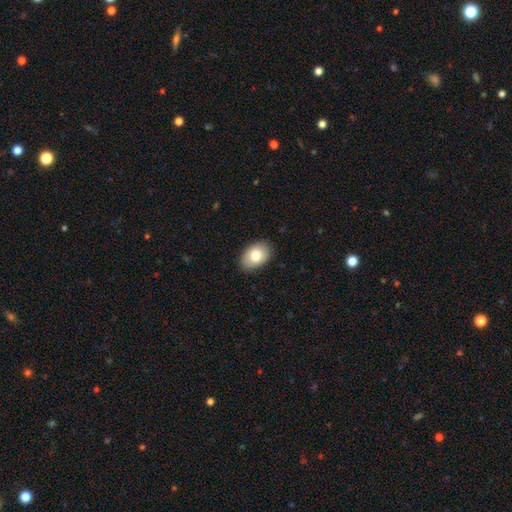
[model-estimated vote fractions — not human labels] A smooth galaxy with no disk features (80%) that is in between round and cigar-shaped (85%). Merging: none (85%).